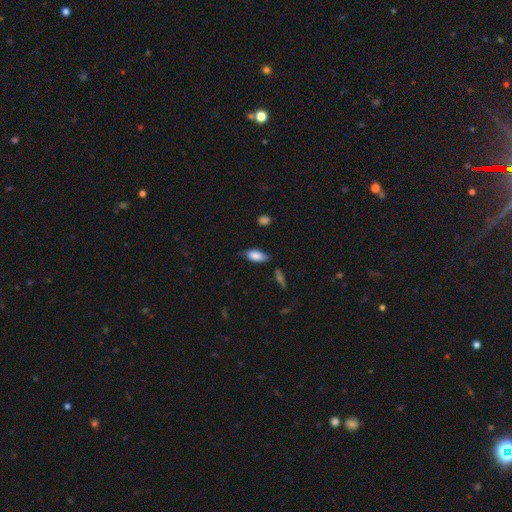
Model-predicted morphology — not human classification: Smooth or featured?
  - smooth: 81% *
  - featured or disk: 12%
  - star or artifact: 7%
How rounded?
  - in between: 86% *
  - cigar-shaped: 11%
  - round: 3%
Merging?
  - none: 68% *
  - minor disturbance: 25%
  - major disturbance: 5%
  - merger: 3%